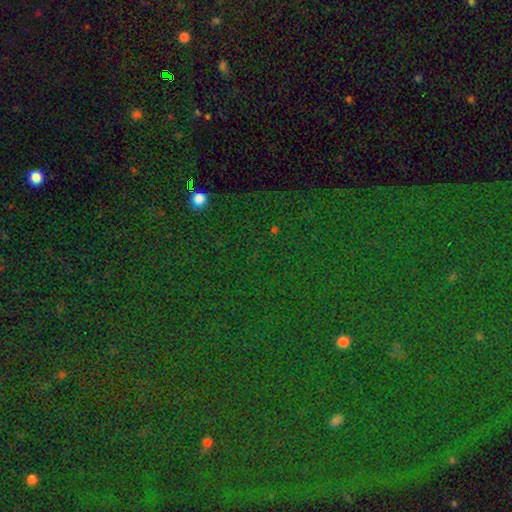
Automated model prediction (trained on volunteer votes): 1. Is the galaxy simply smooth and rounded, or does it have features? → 81% star or artifact, 10% smooth, 8% featured or disk.